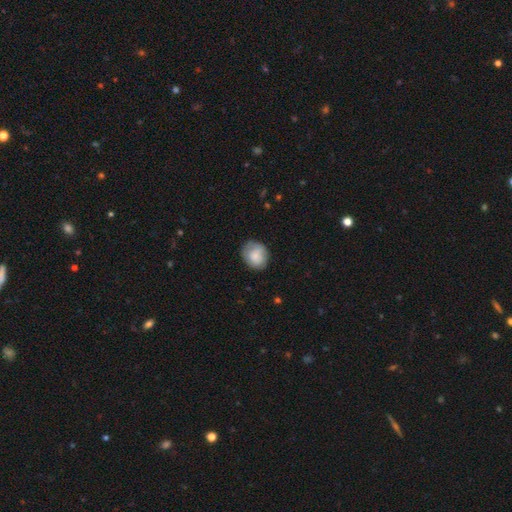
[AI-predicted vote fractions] A smooth galaxy with no disk features (77%) that is round (58%). Merging: none (73%).